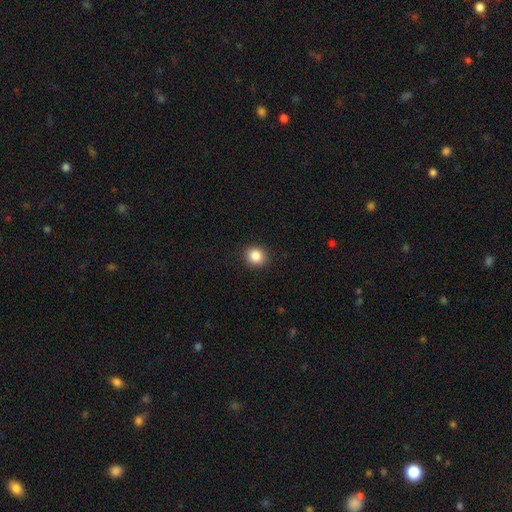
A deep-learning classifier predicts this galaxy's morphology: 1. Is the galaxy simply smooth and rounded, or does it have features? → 86% smooth, 10% star or artifact, 4% featured or disk.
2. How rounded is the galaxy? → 83% round, 16% in between, 1% cigar-shaped.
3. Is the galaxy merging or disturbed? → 91% none, 6% minor disturbance, 2% major disturbance, 1% merger.